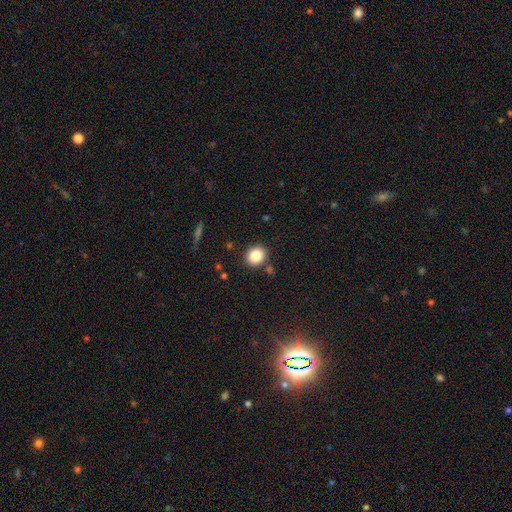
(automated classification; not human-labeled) smooth-or-featured: smooth: 85% | star or artifact: 10% | featured or disk: 5%
  how-rounded: round: 74% | in between: 25% | cigar-shaped: 1%
  merging: none: 85% | minor disturbance: 8% | merger: 5% | major disturbance: 2%